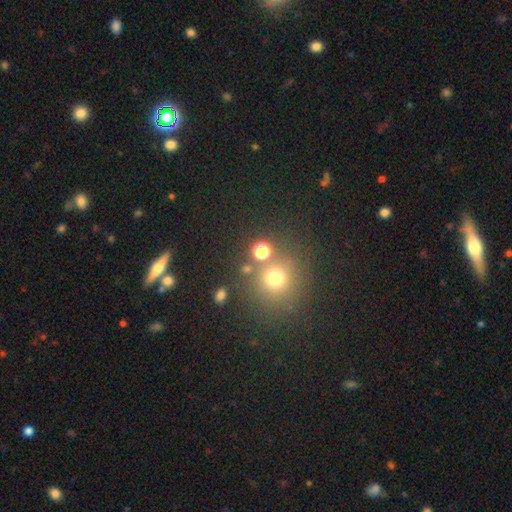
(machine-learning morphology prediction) smooth 52%, star or artifact 37%, featured or disk 11%. Down the decision tree: how rounded — round (88%); merging — none (72%).